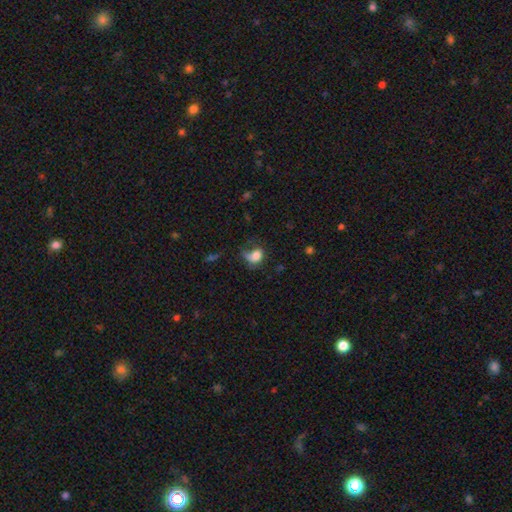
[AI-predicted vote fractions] Morphology: type=smooth (69%); roundness=in between (62%); merging=major disturbance (38%).